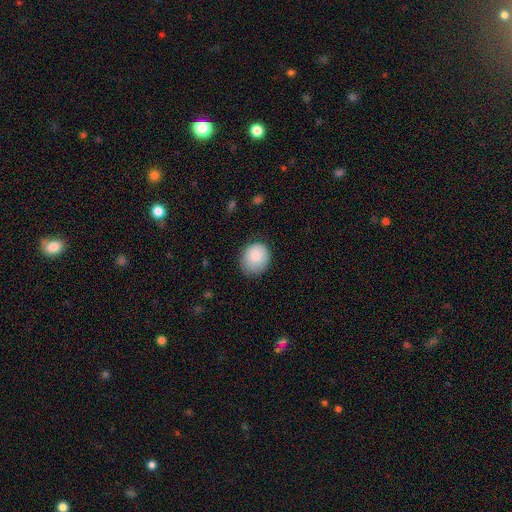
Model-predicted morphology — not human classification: smooth_or_featured: smooth (p=0.86) [alt: star or artifact p=0.07]
how_rounded: round (p=0.66) [alt: in between p=0.33]
merging: none (p=0.75) [alt: minor disturbance p=0.20]